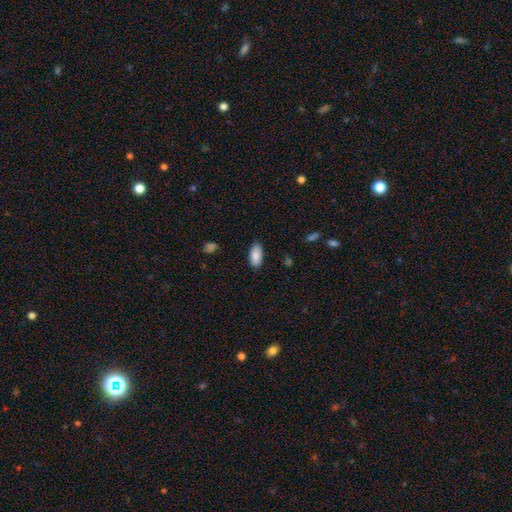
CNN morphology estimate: smooth-or-featured: smooth: 87% | star or artifact: 7% | featured or disk: 6%
  how-rounded: in between: 93% | cigar-shaped: 5% | round: 2%
  merging: none: 84% | minor disturbance: 13% | major disturbance: 2% | merger: 1%